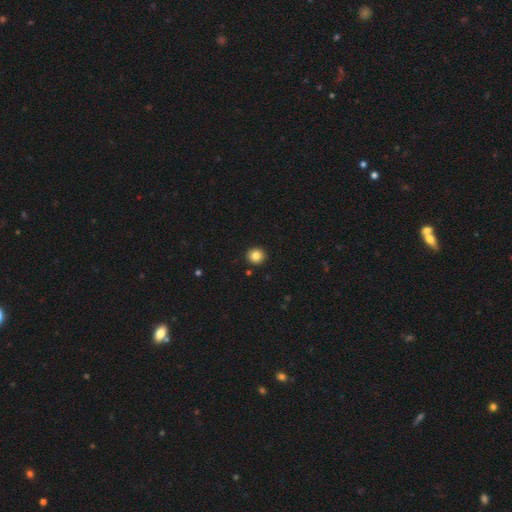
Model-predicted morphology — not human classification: A smooth galaxy with no disk features (84%) that is round (89%).

Vote fractions:
- Smooth or featured? smooth: 84% / star or artifact: 10% / featured or disk: 6%
- How rounded? round: 89% / in between: 10% / cigar-shaped: 1%
- Merging? none: 93% / minor disturbance: 5% / major disturbance: 1% / merger: 1%